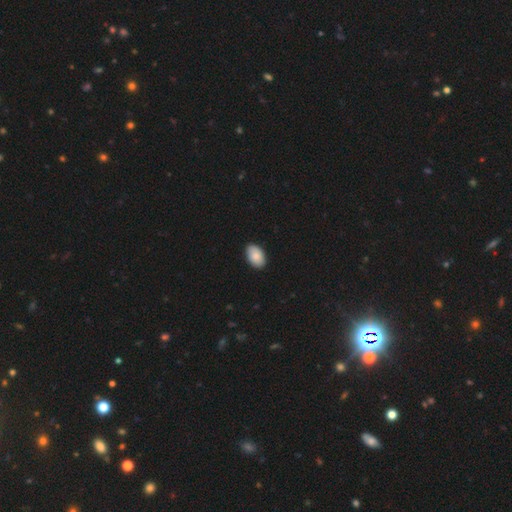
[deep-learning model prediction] Smooth or featured? Predicted: smooth (p=0.86). How rounded? Predicted: in between (p=0.93). Merging? Predicted: none (p=0.88).